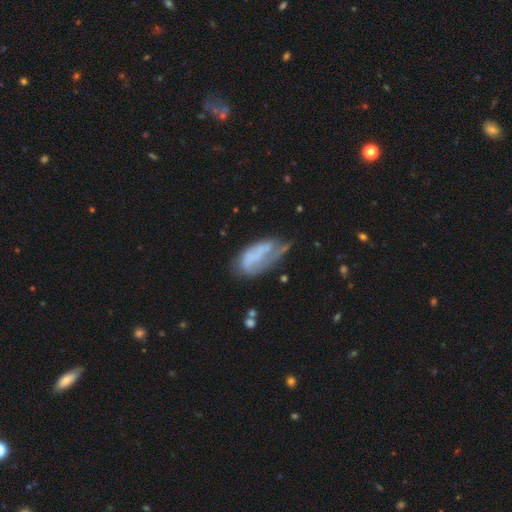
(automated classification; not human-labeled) Overall: featured or disk (49%; smooth 42%). Merging: major disturbance (35%; minor disturbance 31%).